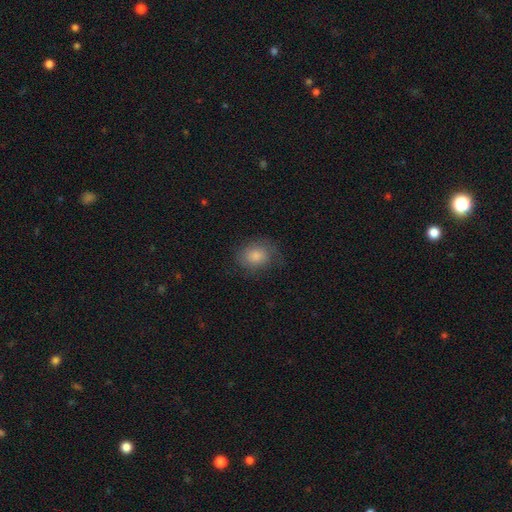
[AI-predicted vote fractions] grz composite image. It shows a smooth galaxy with no disk features (76%) that is in between round and cigar-shaped (53%). Merging: none (67%).